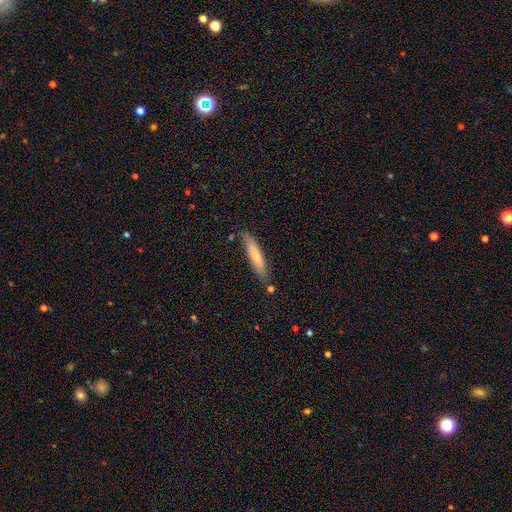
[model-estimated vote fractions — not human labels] Morphology: type=smooth (68%); roundness=cigar-shaped (88%); merging=none (79%).